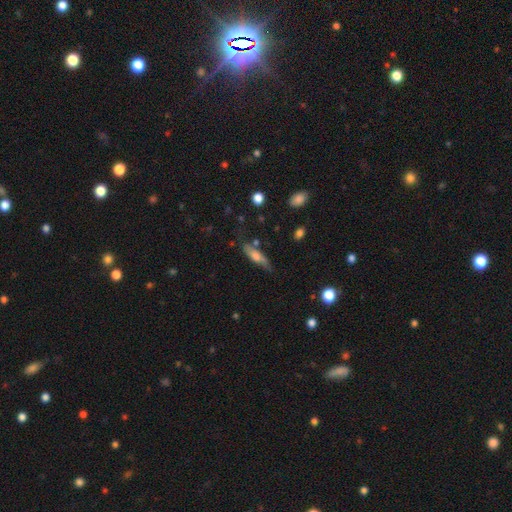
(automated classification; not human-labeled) Smooth or featured?
  - smooth: 54% *
  - featured or disk: 39%
  - star or artifact: 7%
How rounded?
  - cigar-shaped: 57% *
  - in between: 40%
  - round: 3%
Merging?
  - none: 62% *
  - minor disturbance: 26%
  - major disturbance: 8%
  - merger: 4%